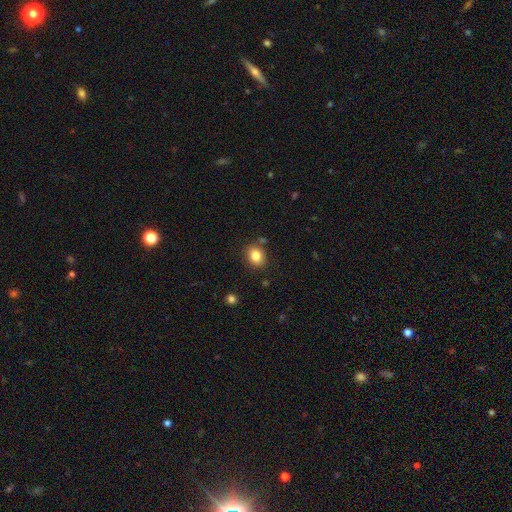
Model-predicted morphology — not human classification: A smooth galaxy with no disk features (83%) that is round (59%). Merging: none (83%).